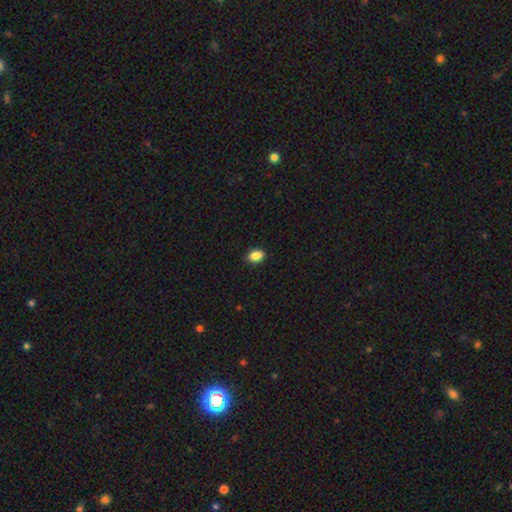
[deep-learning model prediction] This appears to be a smooth galaxy with no disk features (88%) that is in between round and cigar-shaped (83%). Merging: none (87%).